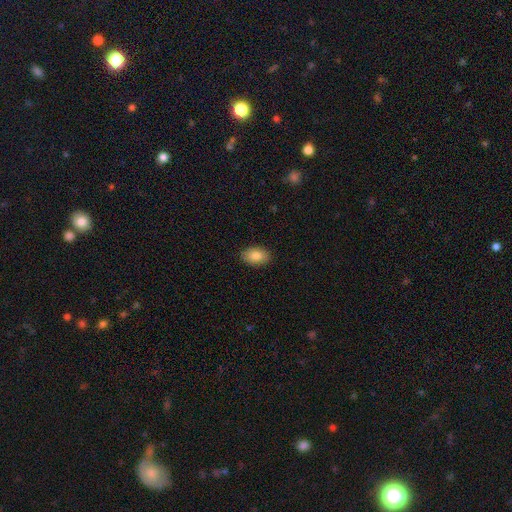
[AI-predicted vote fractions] smooth 84%, featured or disk 9%, star or artifact 7%. Down the decision tree: how rounded — in between (89%); merging — none (89%).